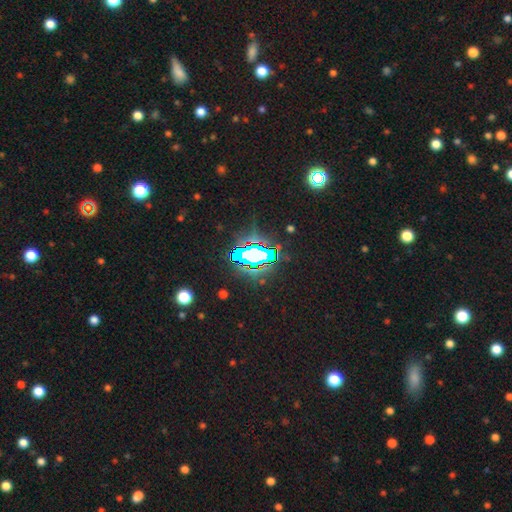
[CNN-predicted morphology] smooth_or_featured: star or artifact (p=0.70) [alt: smooth p=0.16]